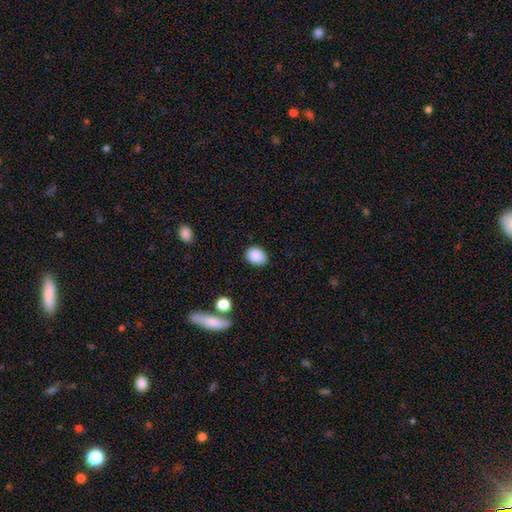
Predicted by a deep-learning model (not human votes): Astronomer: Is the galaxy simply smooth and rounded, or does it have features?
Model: smooth — 88%.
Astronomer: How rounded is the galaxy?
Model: in between — 59% (runner-up: round, 40%).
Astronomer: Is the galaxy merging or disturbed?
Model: none — 86%.